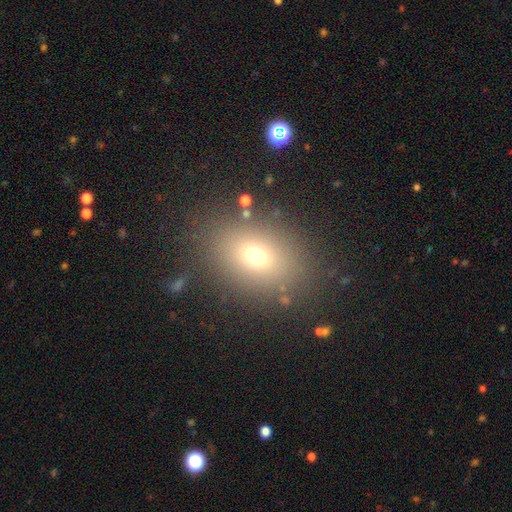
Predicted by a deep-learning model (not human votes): A smooth galaxy with no disk features (69%) that is in between round and cigar-shaped (67%).

Vote fractions:
- Smooth or featured? smooth: 69% / star or artifact: 17% / featured or disk: 14%
- How rounded? in between: 67% / round: 32% / cigar-shaped: 2%
- Merging? none: 83% / minor disturbance: 9% / major disturbance: 5% / merger: 3%